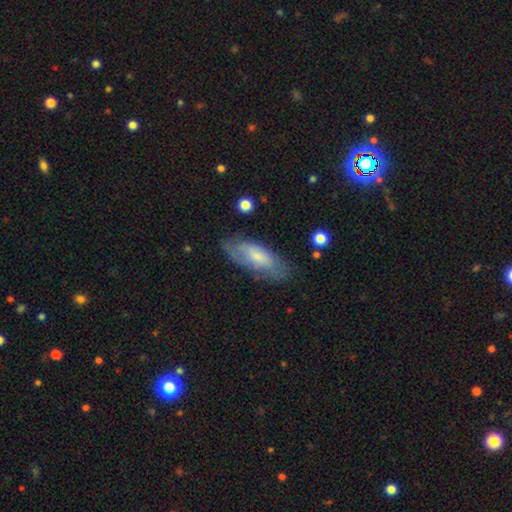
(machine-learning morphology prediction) Overall: smooth (44%, tied with featured or disk). Merging: none (77%).